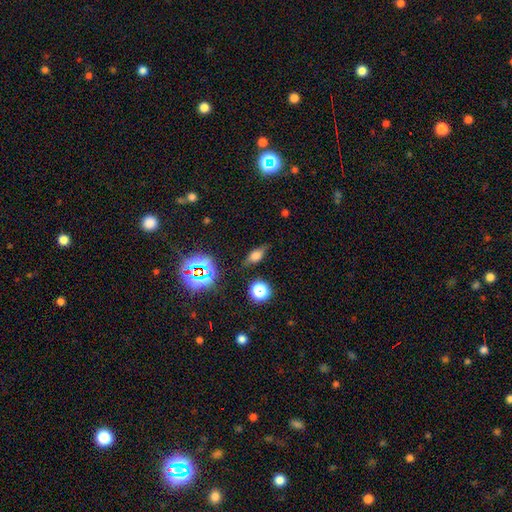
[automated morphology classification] Q: Smooth or featured?
A: smooth (58%); runner-up: featured or disk (23%)
Q: How rounded?
A: in between (66%); runner-up: cigar-shaped (19%)
Q: Merging?
A: none (77%); runner-up: minor disturbance (16%)